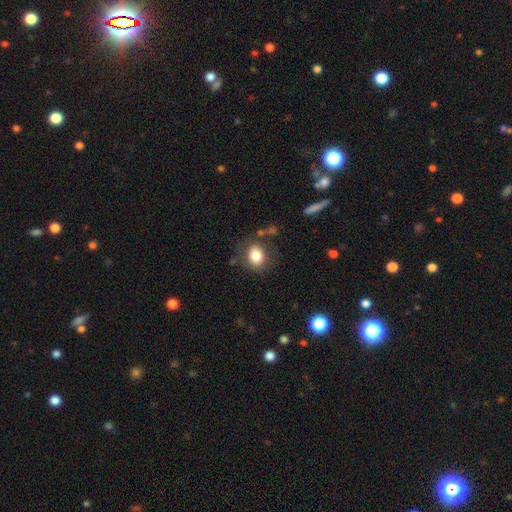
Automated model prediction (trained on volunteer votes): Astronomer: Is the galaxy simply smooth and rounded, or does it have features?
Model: smooth — 82%.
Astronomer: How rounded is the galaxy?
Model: round — 51% (runner-up: in between, 48%).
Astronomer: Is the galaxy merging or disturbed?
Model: none — 73%.